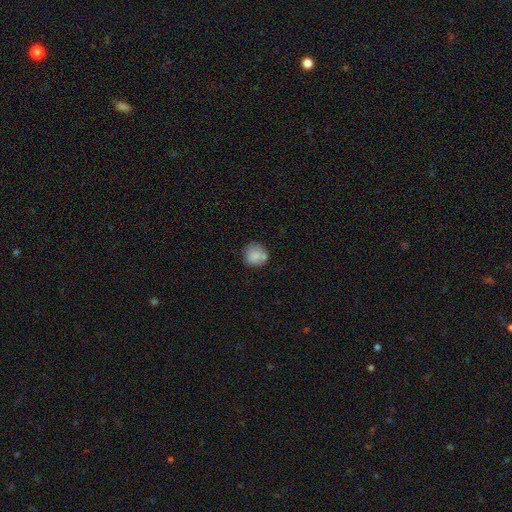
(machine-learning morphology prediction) A smooth galaxy with no disk features (80%) that is round (87%).

Vote fractions:
- Smooth or featured? smooth: 80% / featured or disk: 11% / star or artifact: 9%
- How rounded? round: 87% / in between: 12% / cigar-shaped: 1%
- Merging? none: 65% / minor disturbance: 18% / merger: 12% / major disturbance: 5%